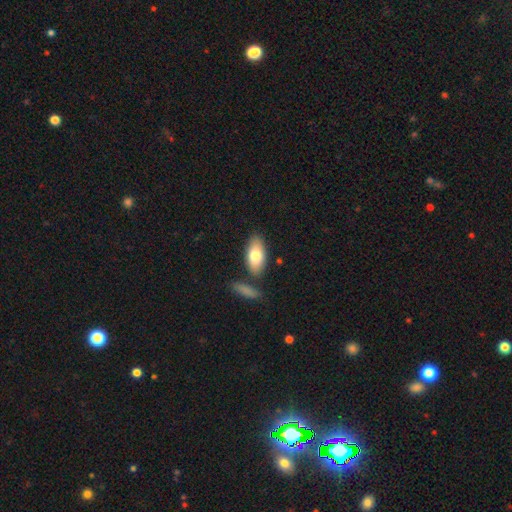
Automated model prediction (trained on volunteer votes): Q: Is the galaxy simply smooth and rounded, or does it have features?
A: smooth — 76%.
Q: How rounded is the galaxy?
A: in between — 90%.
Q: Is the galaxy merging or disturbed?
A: none — 74%.